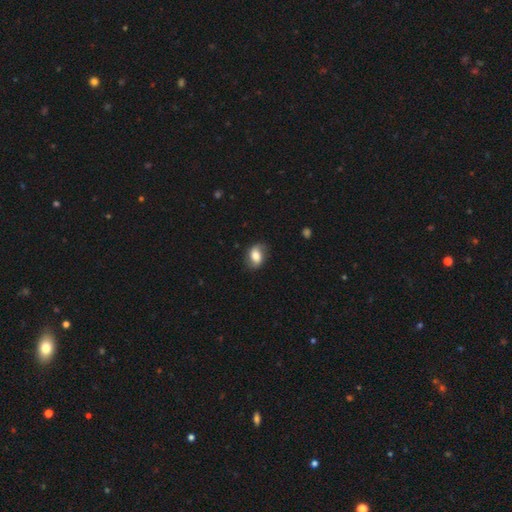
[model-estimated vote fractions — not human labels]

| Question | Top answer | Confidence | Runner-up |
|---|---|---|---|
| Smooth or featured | smooth | 62% | featured or disk (30%) |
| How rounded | in between | 77% | round (21%) |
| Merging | none | 76% | minor disturbance (18%) |